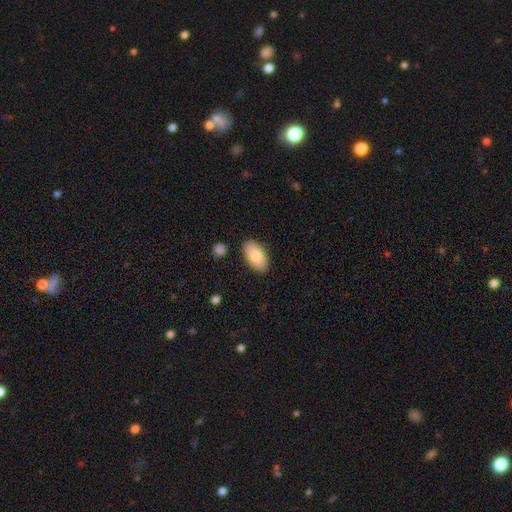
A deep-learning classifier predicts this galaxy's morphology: Q: Smooth or featured?
A: smooth (81%); runner-up: featured or disk (13%)
Q: How rounded?
A: in between (95%); runner-up: round (3%)
Q: Merging?
A: none (86%); runner-up: minor disturbance (10%)